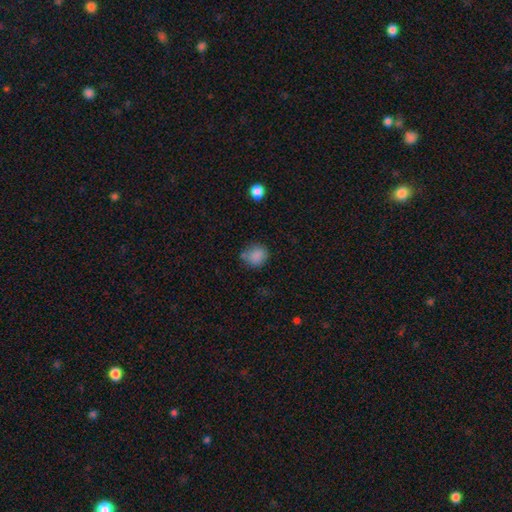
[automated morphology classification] smooth_or_featured: smooth (p=0.85) [alt: star or artifact p=0.10]
how_rounded: round (p=0.78) [alt: in between p=0.21]
merging: none (p=0.70) [alt: minor disturbance p=0.18]